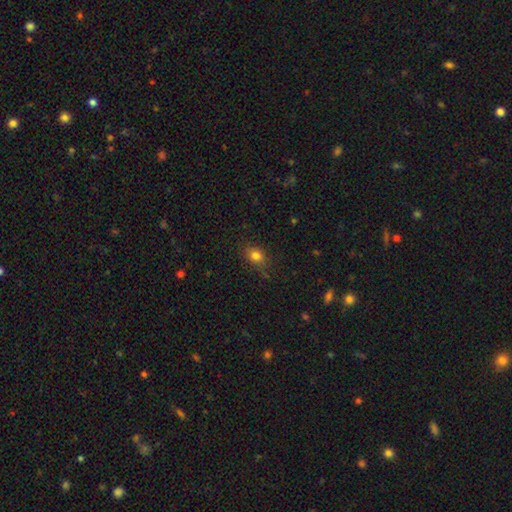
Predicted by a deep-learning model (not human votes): Smooth or featured? smooth (80%)
How rounded? in between (54%)
Merging? none (79%)